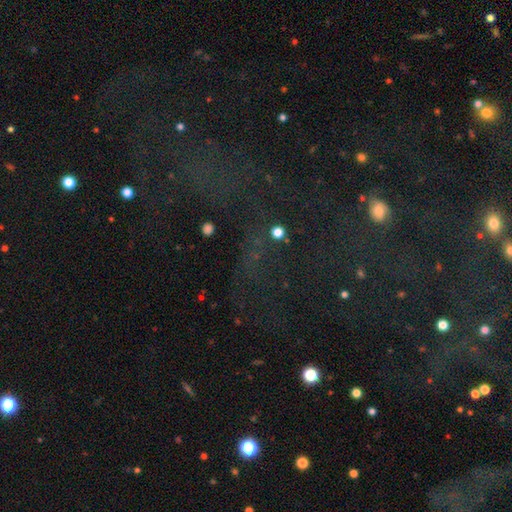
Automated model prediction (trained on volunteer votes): Overall: star or artifact (68%).